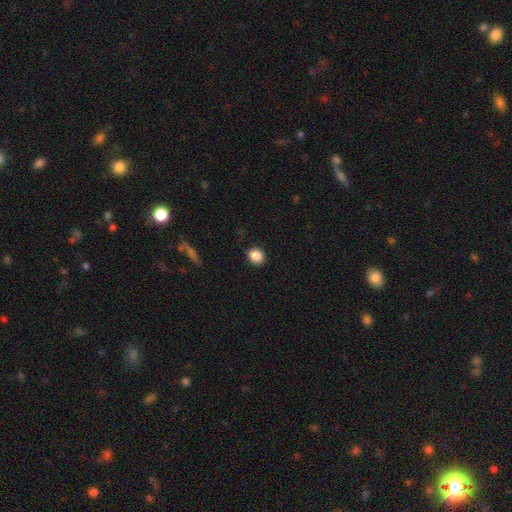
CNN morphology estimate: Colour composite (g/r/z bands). It shows a smooth galaxy with no disk features (88%) that is round (72%). Merging: none (88%).